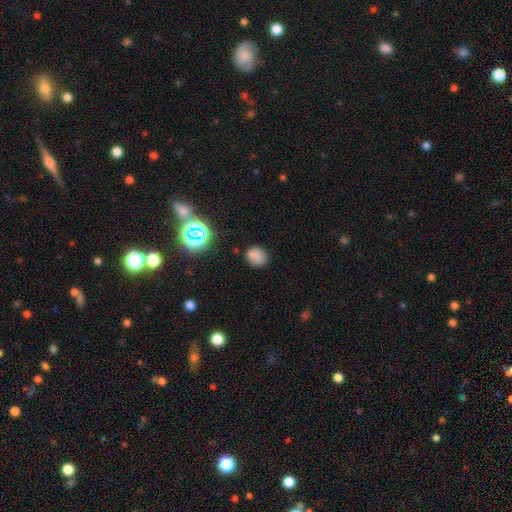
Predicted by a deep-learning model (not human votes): A smooth galaxy with no disk features (75%) that is round (73%). Merging: none (77%).